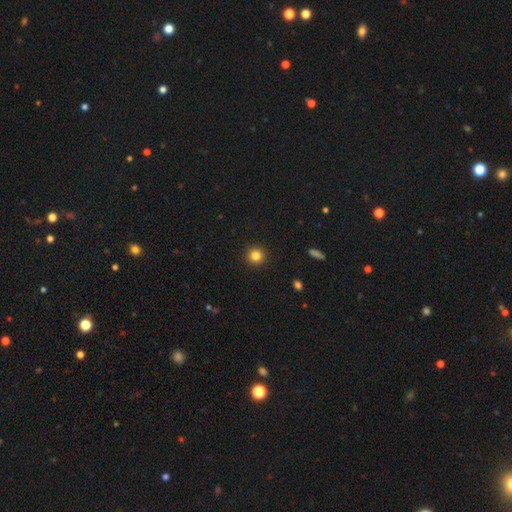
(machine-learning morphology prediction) smooth-or-featured: smooth: 83% | star or artifact: 12% | featured or disk: 5%
  how-rounded: round: 95% | in between: 4% | cigar-shaped: 1%
  merging: none: 93% | minor disturbance: 4% | major disturbance: 2% | merger: 1%